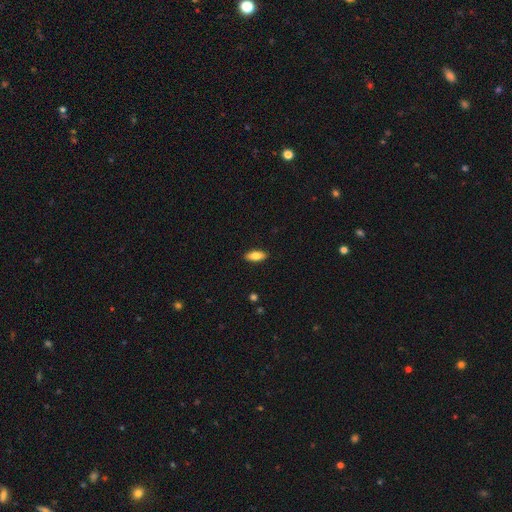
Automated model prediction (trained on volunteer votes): This appears to be a smooth galaxy with no disk features (79%) that is in between round and cigar-shaped (80%). Merging: none (90%).